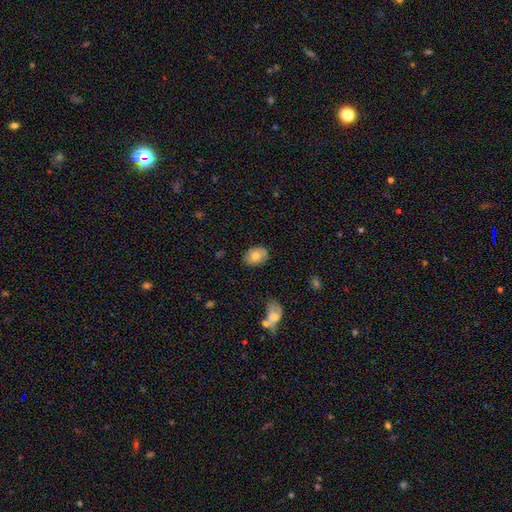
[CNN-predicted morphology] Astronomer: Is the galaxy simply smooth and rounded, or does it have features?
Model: smooth — 78%.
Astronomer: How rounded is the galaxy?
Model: in between — 71%.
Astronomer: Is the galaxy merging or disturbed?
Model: none — 80%.